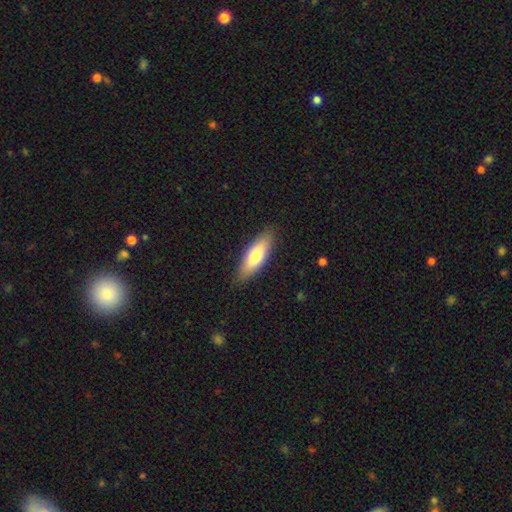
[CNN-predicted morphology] type=smooth (73%); roundness=in between (65%); merging=none (86%).